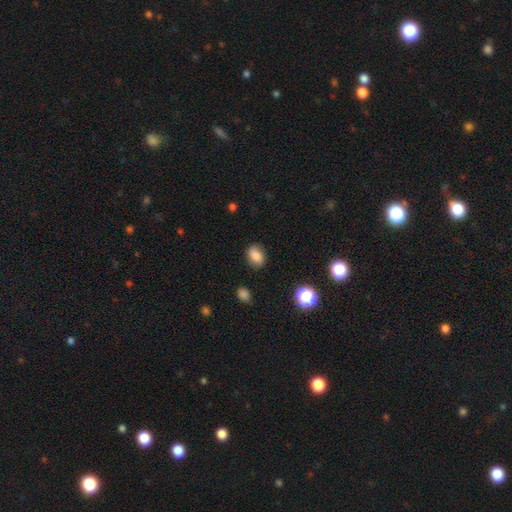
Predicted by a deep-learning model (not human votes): Morphology: type=smooth (82%); roundness=in between (75%); merging=none (83%).